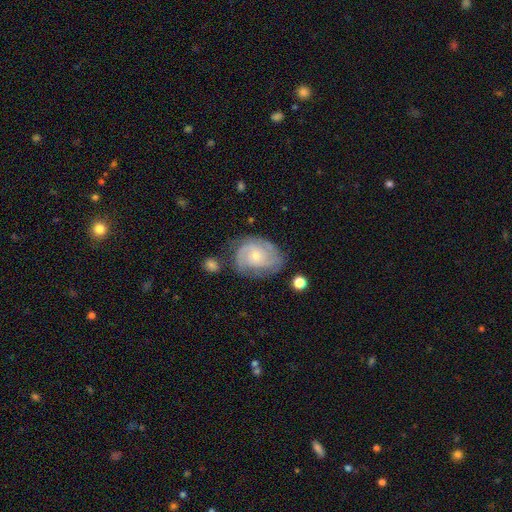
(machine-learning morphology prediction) The model was most divided on "spiral arm count": 2: 36%, can't tell: 28%, 3: 23%, 1: 5%, 4: 5%, more than 4: 3%. More confident: edge-on disk — no (97%); spiral arms — yes (92%); smooth or featured — featured or disk (74%); bar — no (71%); merging — none (64%); bulge size — small (63%); spiral winding — tight (53%).